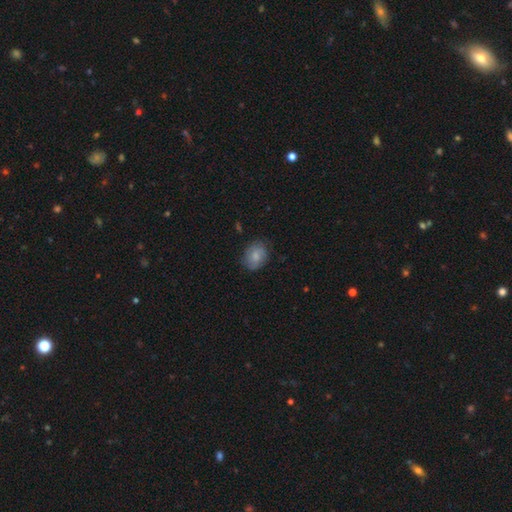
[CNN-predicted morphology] Smooth or featured? Predicted: smooth (p=0.72). How rounded? Predicted: in between (p=0.53). Merging? Predicted: none (p=0.76).